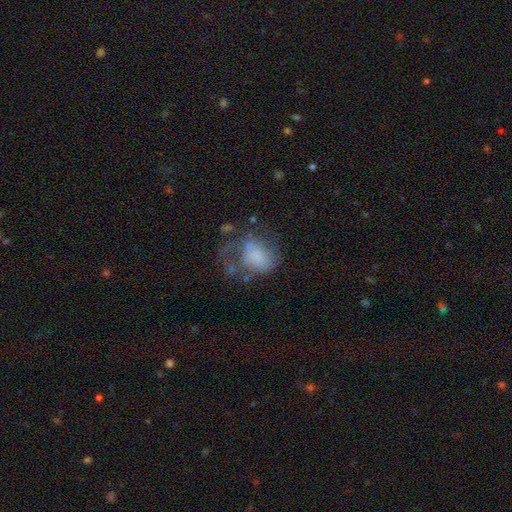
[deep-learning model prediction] Q: Smooth or featured?
A: smooth (52%); runner-up: featured or disk (37%)
Q: How rounded?
A: in between (59%); runner-up: round (40%)
Q: Merging?
A: major disturbance (46%); runner-up: none (26%)